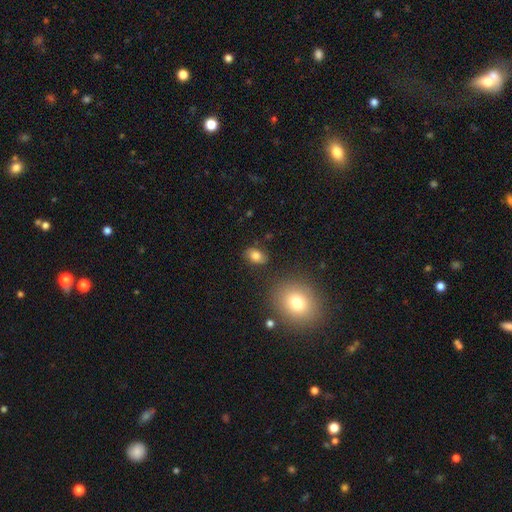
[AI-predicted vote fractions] Overall: smooth (78%). How rounded: in between (78%). Merging: none (82%).